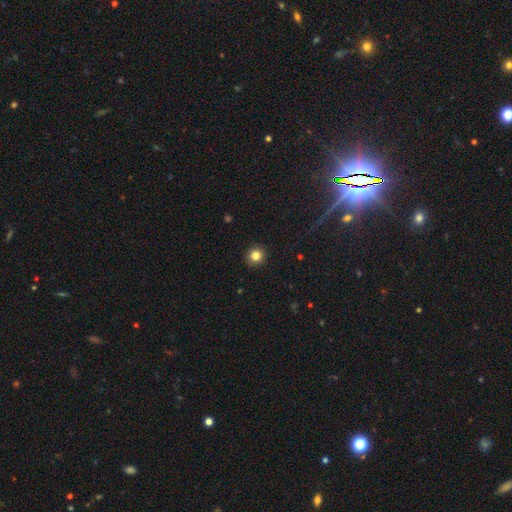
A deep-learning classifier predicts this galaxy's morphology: smooth_or_featured: smooth (p=0.84) [alt: star or artifact p=0.11]
how_rounded: round (p=0.94) [alt: in between p=0.06]
merging: none (p=0.93) [alt: minor disturbance p=0.05]